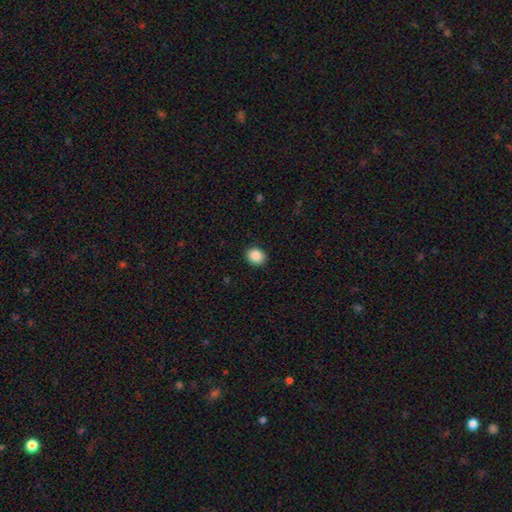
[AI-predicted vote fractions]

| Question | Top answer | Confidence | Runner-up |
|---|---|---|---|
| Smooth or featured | smooth | 88% | star or artifact (9%) |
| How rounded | round | 67% | in between (32%) |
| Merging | none | 90% | minor disturbance (7%) |